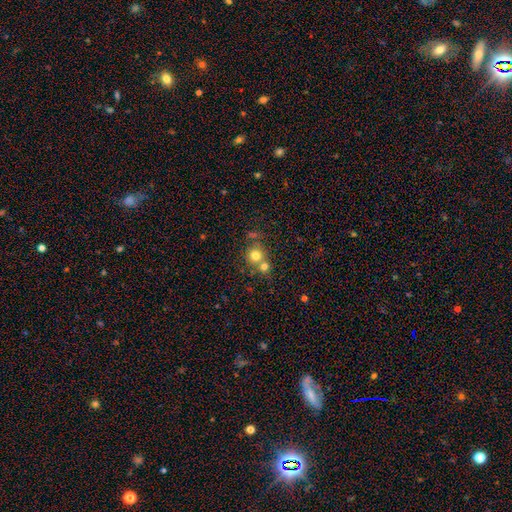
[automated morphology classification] This is likely a smooth galaxy (75%). How rounded: clearly round (89%). Merging: possibly none (52%).